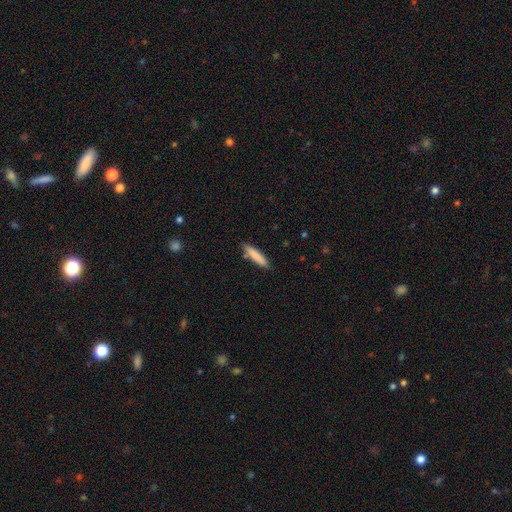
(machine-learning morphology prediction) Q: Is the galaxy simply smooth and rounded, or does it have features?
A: smooth — 83%.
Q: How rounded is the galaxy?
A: cigar-shaped — 83%.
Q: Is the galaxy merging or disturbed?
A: none — 83%.